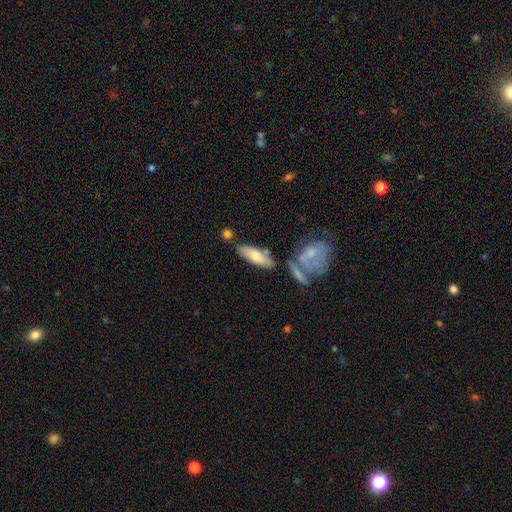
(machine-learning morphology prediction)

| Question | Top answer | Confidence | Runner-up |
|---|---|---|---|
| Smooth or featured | smooth | 69% | featured or disk (25%) |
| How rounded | in between | 58% | cigar-shaped (40%) |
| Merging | none | 67% | minor disturbance (15%) |